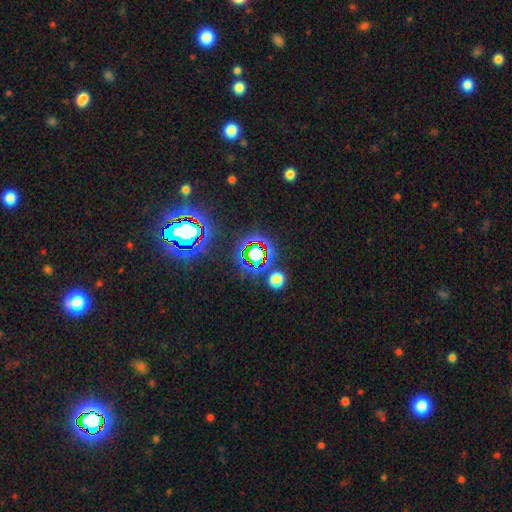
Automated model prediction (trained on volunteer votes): A star or artifact, not a galaxy (80%).